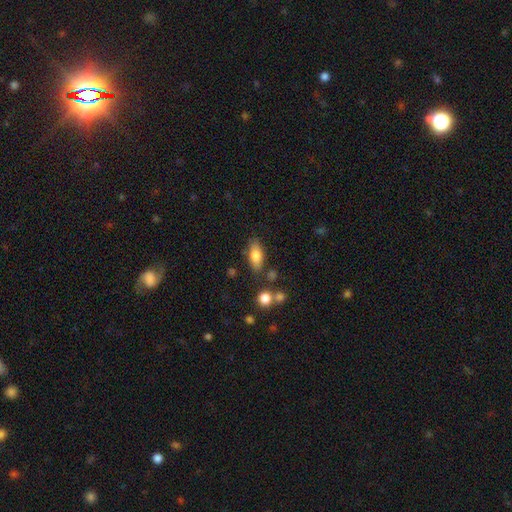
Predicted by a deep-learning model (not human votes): This appears to be a smooth galaxy with no disk features (76%) that is in between round and cigar-shaped (79%). Merging: none (76%).